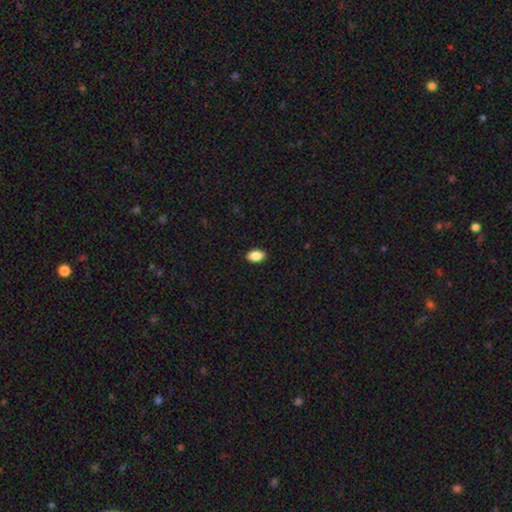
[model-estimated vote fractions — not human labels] Smooth or featured? Predicted: smooth (p=0.87). How rounded? Predicted: in between (p=0.91). Merging? Predicted: none (p=0.90).